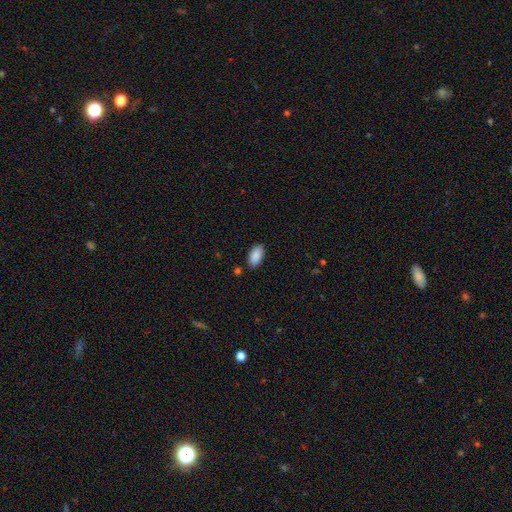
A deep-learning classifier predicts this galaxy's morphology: A smooth galaxy with no disk features (90%) that is in between round and cigar-shaped (95%). Merging: none (86%).